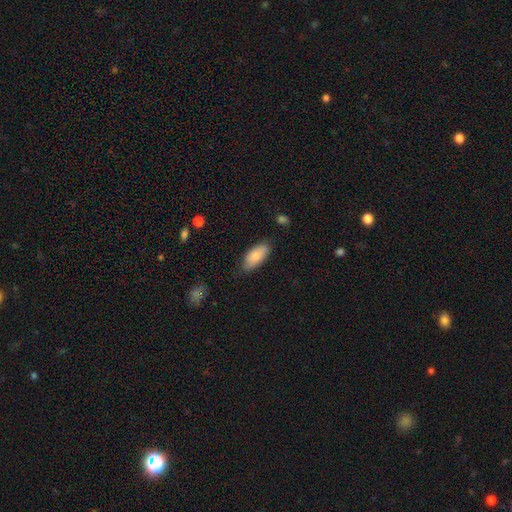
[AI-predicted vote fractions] A smooth galaxy with no disk features (81%) that is in between round and cigar-shaped (87%).

Vote fractions:
- Smooth or featured? smooth: 81% / featured or disk: 13% / star or artifact: 6%
- How rounded? in between: 87% / cigar-shaped: 11% / round: 2%
- Merging? none: 77% / minor disturbance: 18% / major disturbance: 3% / merger: 1%